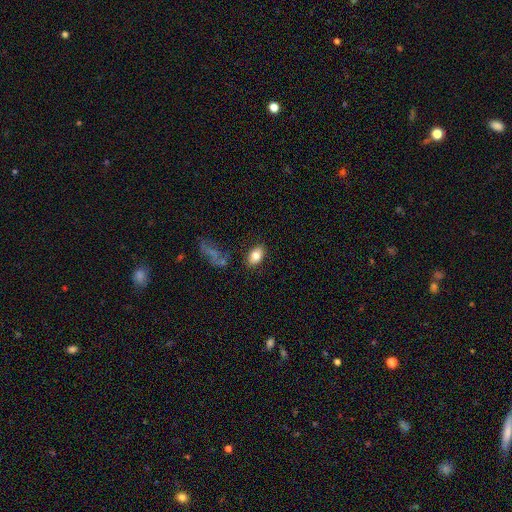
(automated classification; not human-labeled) Smooth or featured? Predicted: smooth (p=0.80). How rounded? Predicted: in between (p=0.87). Merging? Predicted: none (p=0.81).